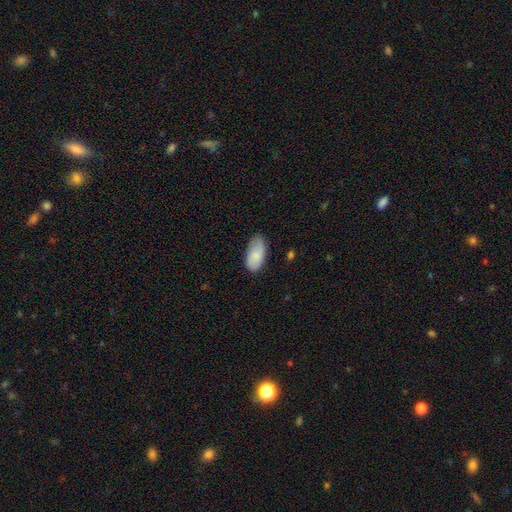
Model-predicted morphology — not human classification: smooth_or_featured: smooth (p=0.84) [alt: featured or disk p=0.10]
how_rounded: in between (p=0.94) [alt: cigar-shaped p=0.03]
merging: none (p=0.68) [alt: minor disturbance p=0.26]